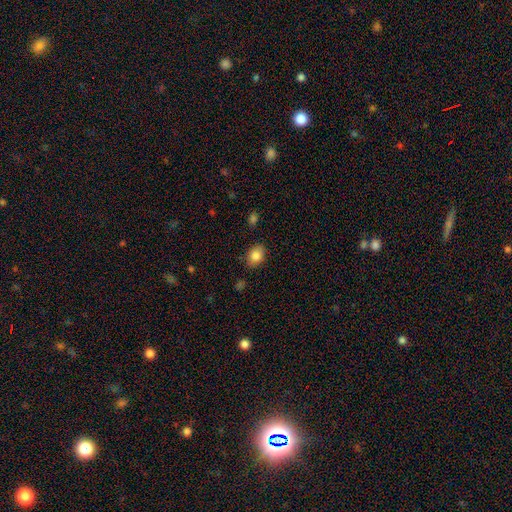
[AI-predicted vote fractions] Smooth or featured?
  - smooth: 84% *
  - star or artifact: 8%
  - featured or disk: 8%
How rounded?
  - in between: 68% *
  - round: 31%
  - cigar-shaped: 1%
Merging?
  - none: 84% *
  - minor disturbance: 12%
  - major disturbance: 3%
  - merger: 2%